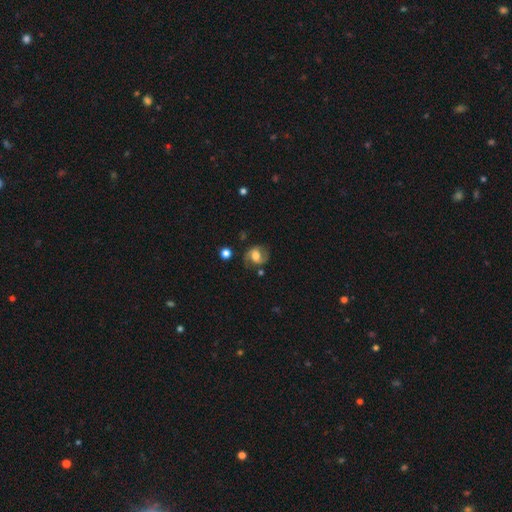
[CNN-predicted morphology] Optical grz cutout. It shows a featured or disk galaxy (68%) with a weak bar (43%), 2 (89%) medium (54%) spiral arms (90%) and a moderate central bulge (56%). Merging: none (74%).